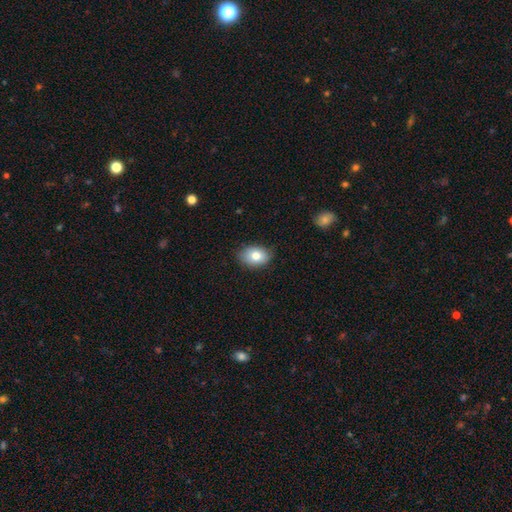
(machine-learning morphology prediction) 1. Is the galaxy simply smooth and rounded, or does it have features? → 80% smooth, 12% featured or disk, 8% star or artifact.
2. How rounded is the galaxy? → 80% in between, 19% round, 1% cigar-shaped.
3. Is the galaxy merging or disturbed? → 81% none, 15% minor disturbance, 3% major disturbance, 1% merger.